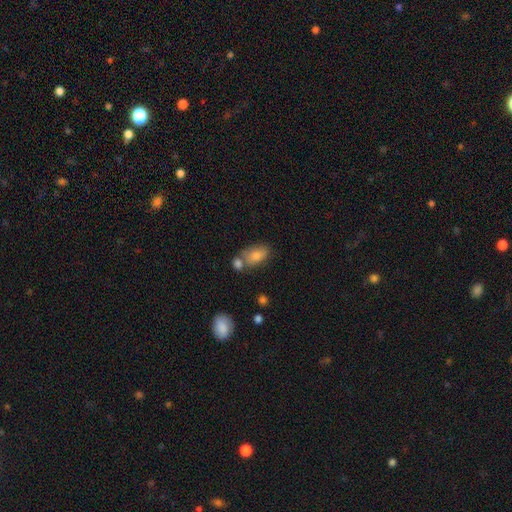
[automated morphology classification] This is clearly a smooth galaxy (81%). How rounded: clearly in between (90%). Merging: possibly none (48%).